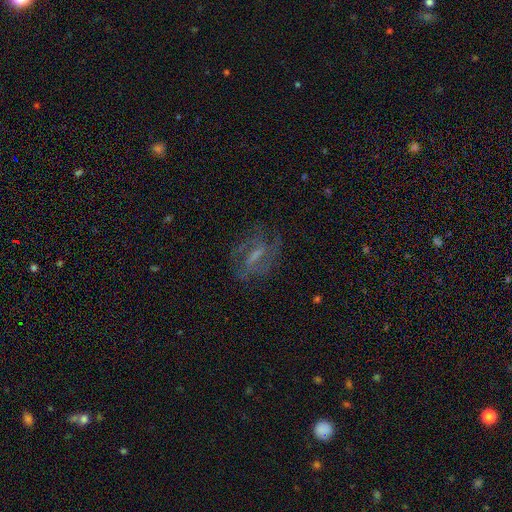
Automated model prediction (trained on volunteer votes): Smooth or featured? Predicted: featured or disk (p=0.71). Edge-on disk? Predicted: no (p=0.91). Bar? Predicted: weak (p=0.43). Spiral arms? Predicted: yes (p=0.85). Spiral winding? Predicted: medium (p=0.46). Spiral arm count? Predicted: 2 (p=0.50). Bulge size? Predicted: small (p=0.36). Merging? Predicted: none (p=0.69).